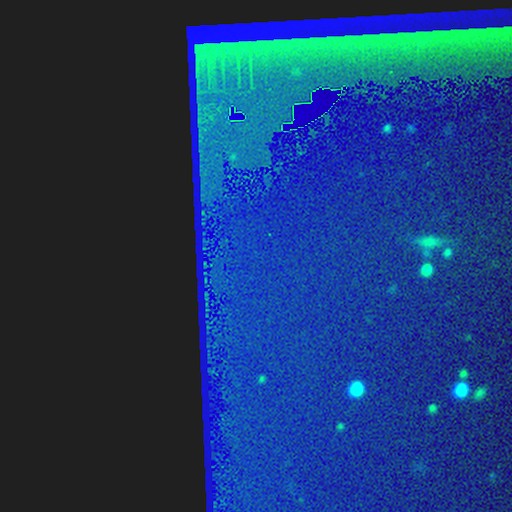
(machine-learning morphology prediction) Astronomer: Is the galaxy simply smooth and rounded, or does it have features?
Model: star or artifact — 86%.